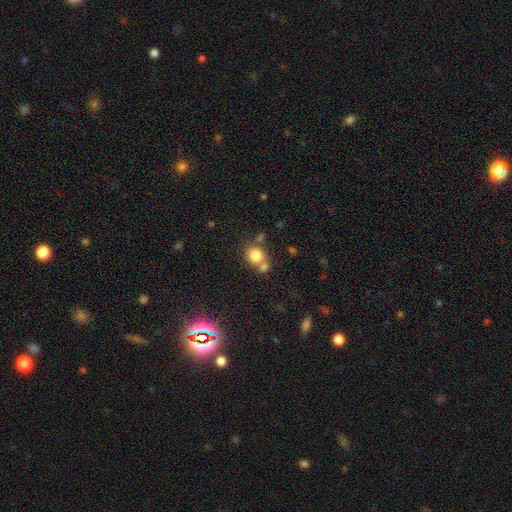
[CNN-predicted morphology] Smooth or featured? Predicted: smooth (p=0.80). How rounded? Predicted: round (p=0.70). Merging? Predicted: none (p=0.49).